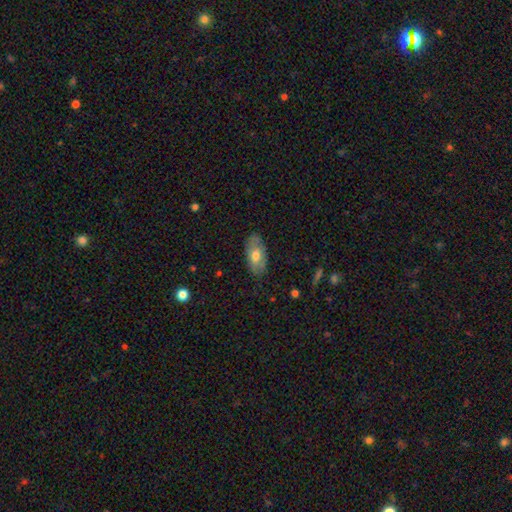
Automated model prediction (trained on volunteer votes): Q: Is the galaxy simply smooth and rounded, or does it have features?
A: smooth — 62%.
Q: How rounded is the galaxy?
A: in between — 92%.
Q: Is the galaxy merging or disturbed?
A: none — 80%.